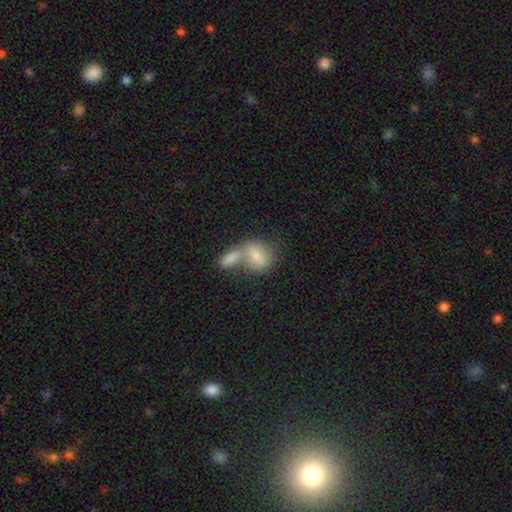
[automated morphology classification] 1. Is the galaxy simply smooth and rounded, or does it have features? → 76% smooth, 16% featured or disk, 8% star or artifact.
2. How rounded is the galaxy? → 65% in between, 32% round, 4% cigar-shaped.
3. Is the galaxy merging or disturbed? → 60% merger, 27% none, 8% minor disturbance, 5% major disturbance.